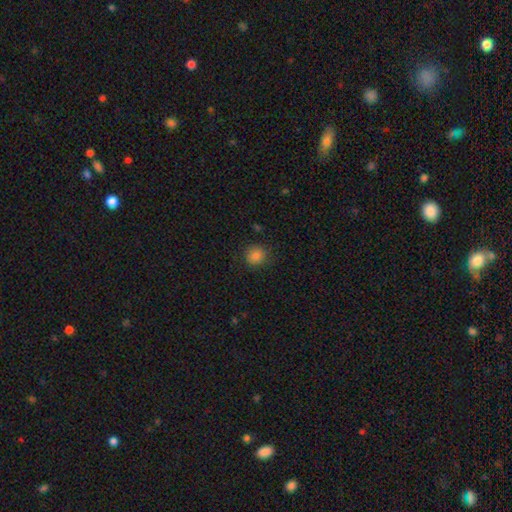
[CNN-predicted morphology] A smooth galaxy with no disk features (83%) that is round (89%). Merging: none (87%).